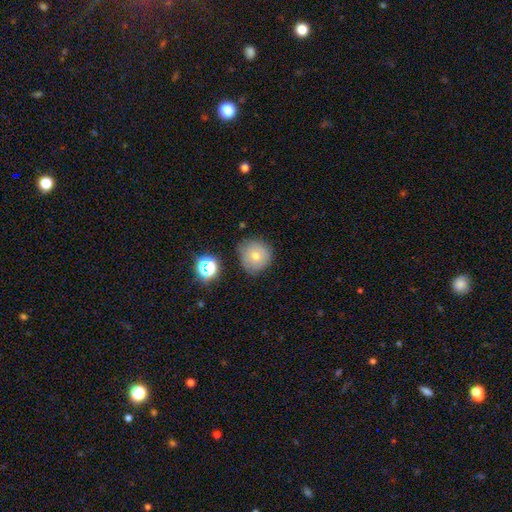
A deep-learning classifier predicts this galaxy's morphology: The model was most divided on "smooth or featured": smooth: 66%, featured or disk: 19%, star or artifact: 15%. More confident: how rounded — round (92%); merging — none (75%).